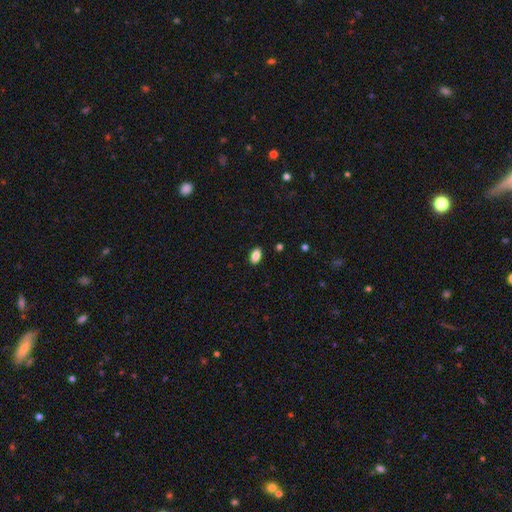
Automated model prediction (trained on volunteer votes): Smooth or featured: smooth — 87% (star or artifact — 8%)
How rounded: in between — 91% (round — 6%)
Merging: none — 89% (minor disturbance — 8%)